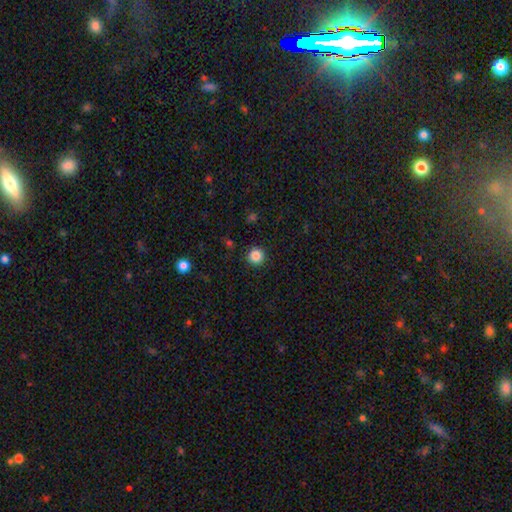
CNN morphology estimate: A smooth galaxy with no disk features (85%) that is round (96%). Merging: none (92%).